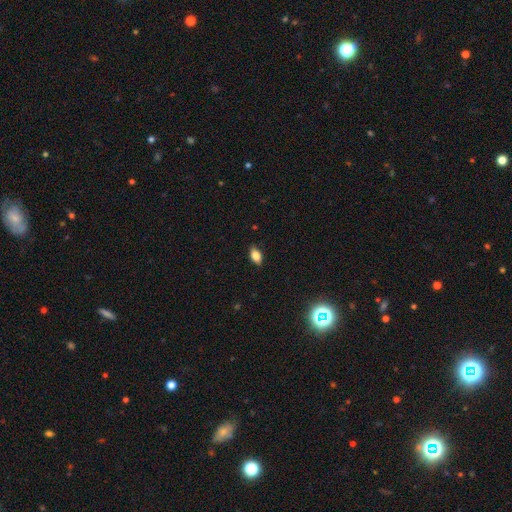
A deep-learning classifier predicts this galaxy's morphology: This appears to be a smooth galaxy with no disk features (79%) that is in between round and cigar-shaped (87%). Merging: none (86%).